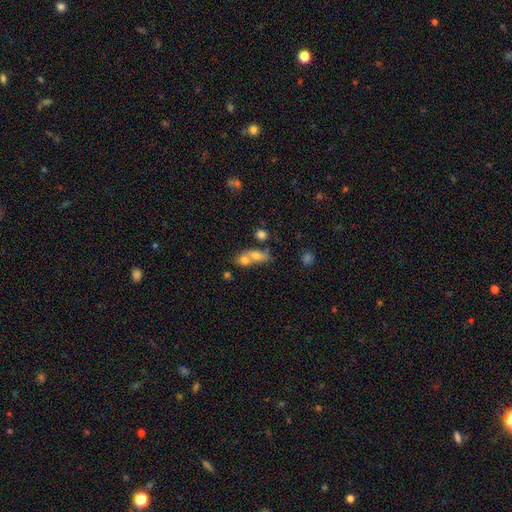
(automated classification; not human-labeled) This is likely a smooth galaxy (67%). How rounded: likely in between (61%). Merging: likely merger (63%).